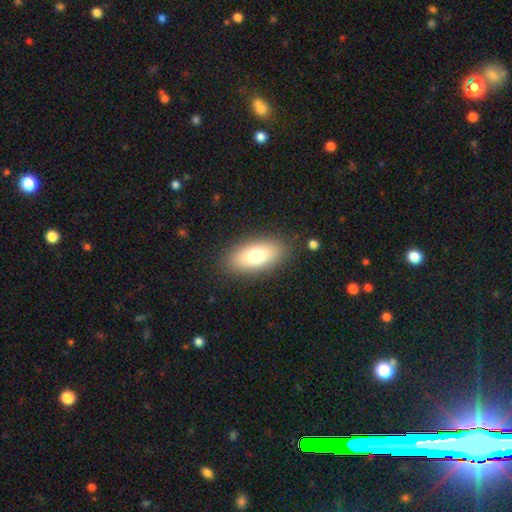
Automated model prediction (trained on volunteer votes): Smooth or featured? smooth (75%)
How rounded? in between (87%)
Merging? none (86%)